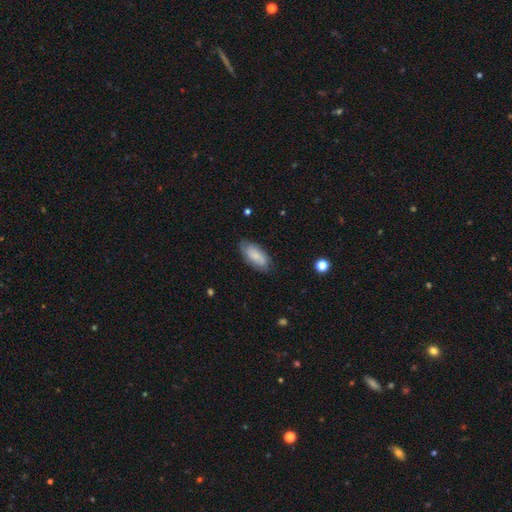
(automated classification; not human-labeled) A smooth galaxy with no disk features (70%) that is in between round and cigar-shaped (87%). Merging: none (74%).